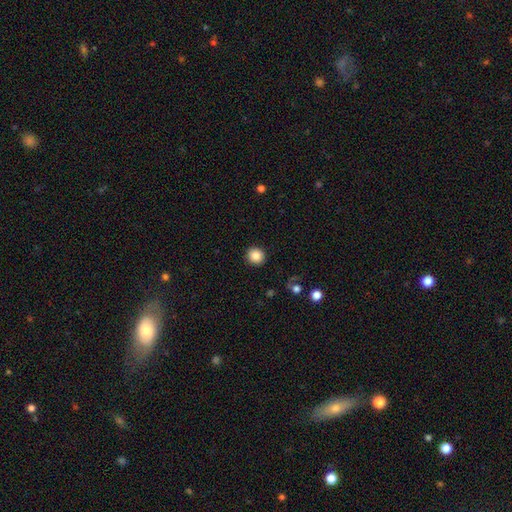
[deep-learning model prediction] smooth-or-featured: smooth: 85% | star or artifact: 10% | featured or disk: 5%
  how-rounded: round: 92% | in between: 7% | cigar-shaped: 1%
  merging: none: 92% | minor disturbance: 5% | major disturbance: 2% | merger: 1%